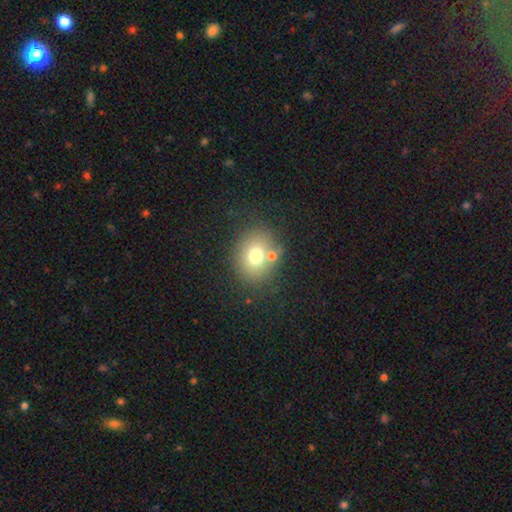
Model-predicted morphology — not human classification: Overall: smooth (70%). How rounded: round (63%; in between 36%). Merging: none (67%).